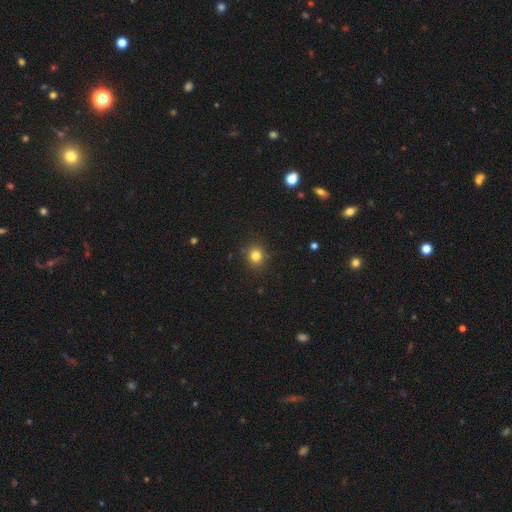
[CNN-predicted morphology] Smooth or featured: smooth — 81% (star or artifact — 13%)
How rounded: round — 86% (in between — 13%)
Merging: none — 88% (minor disturbance — 8%)